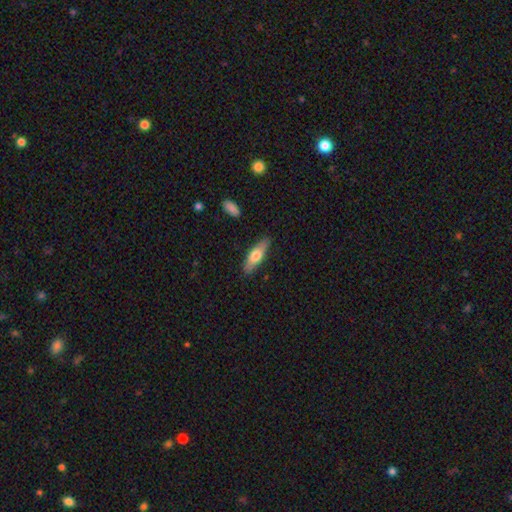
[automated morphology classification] This appears to be a smooth galaxy with no disk features (62%) that is cigar-shaped (53%). Merging: none (85%).